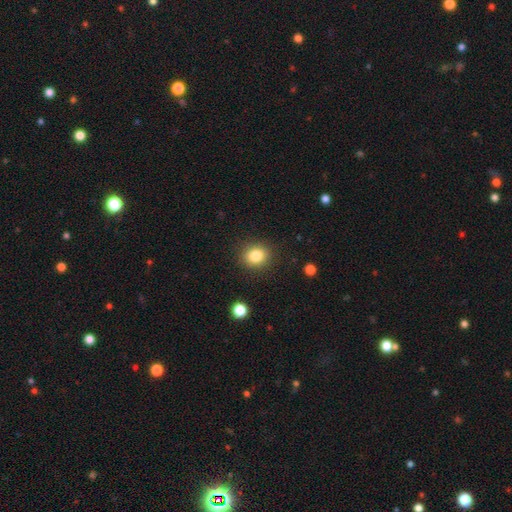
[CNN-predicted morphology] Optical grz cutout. It shows a smooth galaxy with no disk features (83%) that is round (75%). Merging: none (88%).